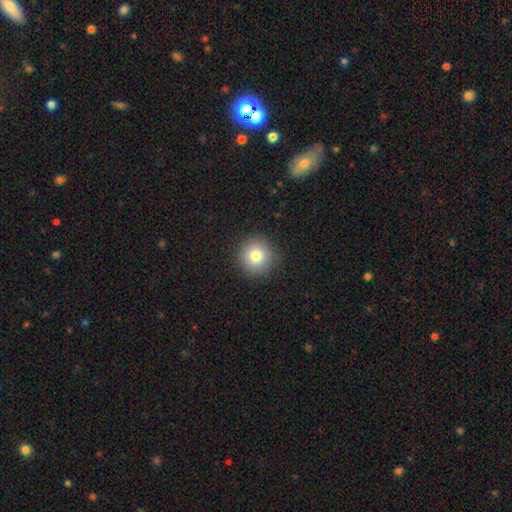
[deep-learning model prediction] A smooth galaxy with no disk features (80%) that is round (94%). Merging: none (90%).